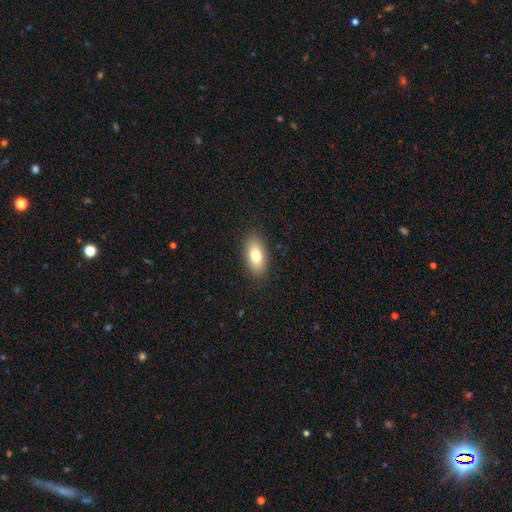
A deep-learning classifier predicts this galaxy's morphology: smooth_or_featured: smooth (p=0.77) [alt: featured or disk p=0.15]
how_rounded: in between (p=0.89) [alt: cigar-shaped p=0.06]
merging: none (p=0.88) [alt: minor disturbance p=0.09]